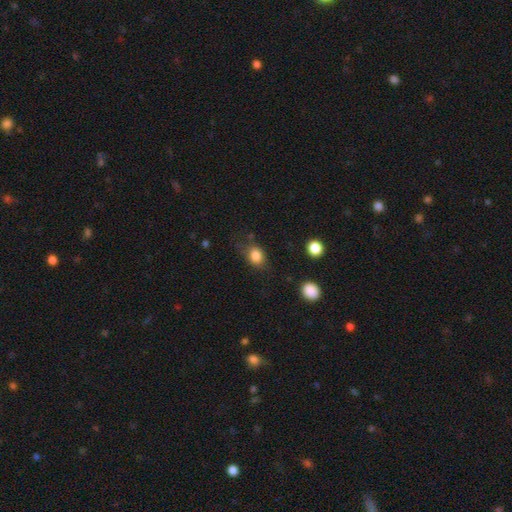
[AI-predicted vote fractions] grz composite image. It shows a smooth galaxy with no disk features (84%) that is in between round and cigar-shaped (53%). Merging: none (67%).